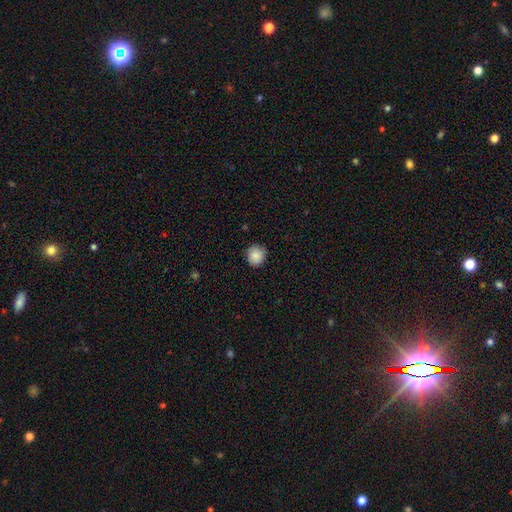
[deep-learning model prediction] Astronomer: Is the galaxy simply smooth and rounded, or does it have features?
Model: smooth — 86%.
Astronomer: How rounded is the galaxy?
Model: round — 86%.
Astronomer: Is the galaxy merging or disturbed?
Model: none — 85%.